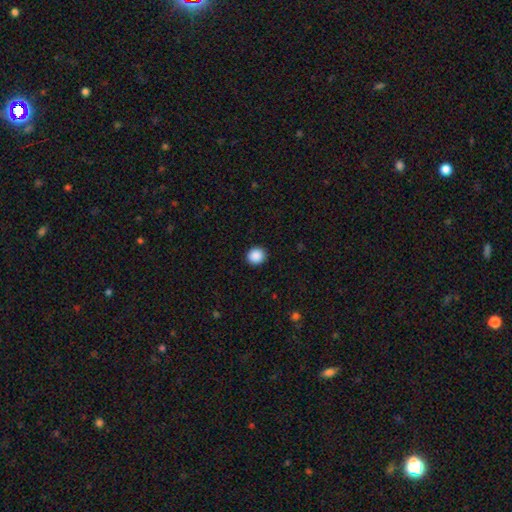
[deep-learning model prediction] Overall: smooth (89%). How rounded: round (90%). Merging: none (93%).